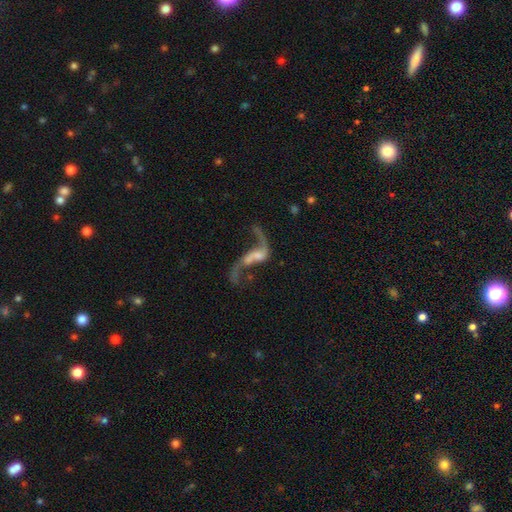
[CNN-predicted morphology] Smooth or featured: featured or disk — 83% (smooth — 10%)
Edge-on disk: no — 95% (yes — 5%)
Bar: no — 44% (weak — 39%)
Spiral arms: yes — 90% (no — 10%)
Spiral winding: loose — 93% (medium — 5%)
Spiral arm count: 2 — 89% (1 — 7%)
Bulge size: none — 36% (small — 30%)
Merging: none — 43% (major disturbance — 26%)